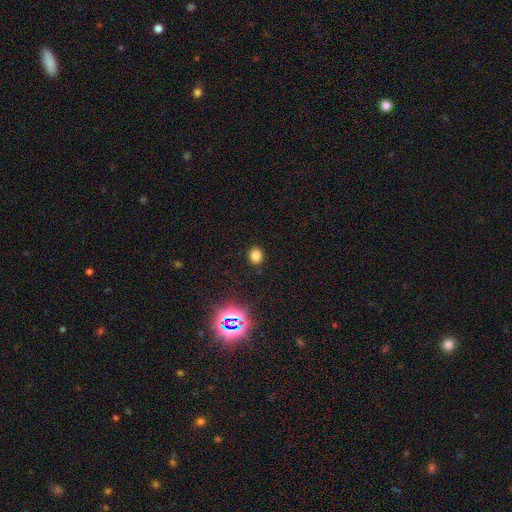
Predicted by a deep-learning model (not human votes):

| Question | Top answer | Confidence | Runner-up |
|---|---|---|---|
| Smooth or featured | smooth | 77% | star or artifact (18%) |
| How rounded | round | 73% | in between (26%) |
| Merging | none | 89% | minor disturbance (7%) |